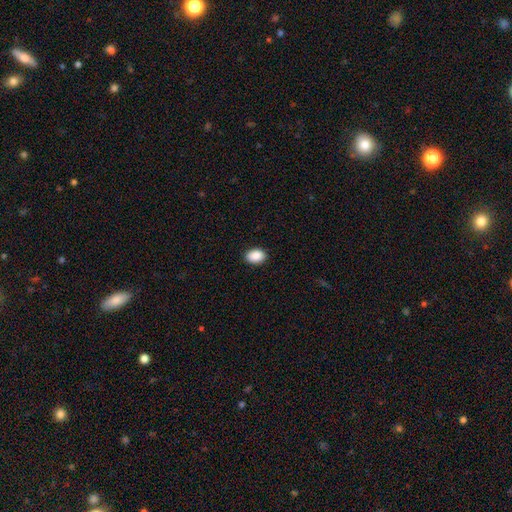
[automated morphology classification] The model was most divided on "how rounded": in between: 81%, round: 18%, cigar-shaped: 1%. More confident: smooth or featured — smooth (90%); merging — none (89%).